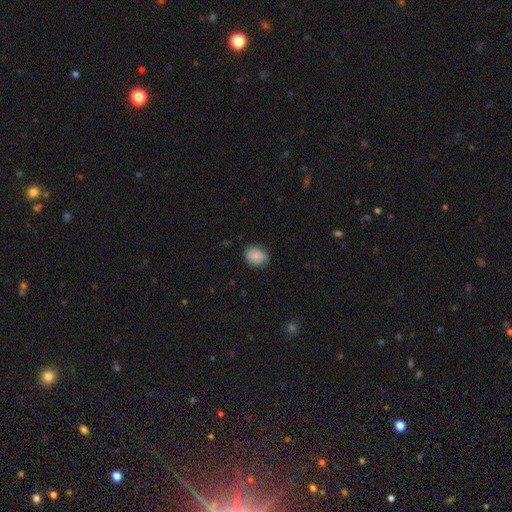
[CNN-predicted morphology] smooth-or-featured: smooth: 80% | featured or disk: 12% | star or artifact: 8%
  how-rounded: round: 51% | in between: 48% | cigar-shaped: 1%
  merging: none: 73% | minor disturbance: 22% | major disturbance: 4% | merger: 1%